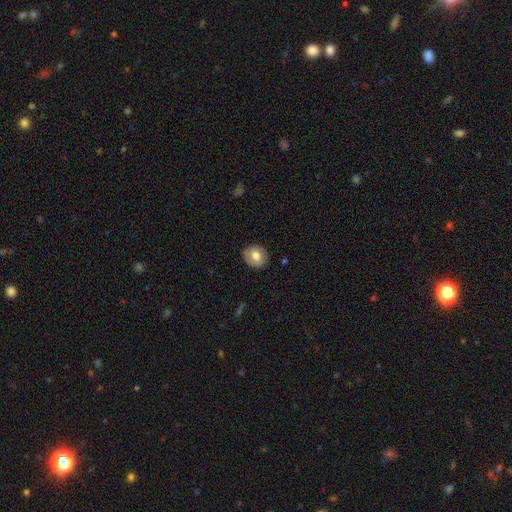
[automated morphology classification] A smooth galaxy with no disk features (71%) that is round (73%).

Vote fractions:
- Smooth or featured? smooth: 71% / featured or disk: 22% / star or artifact: 8%
- How rounded? round: 73% / in between: 26% / cigar-shaped: 1%
- Merging? none: 84% / minor disturbance: 12% / major disturbance: 3% / merger: 1%